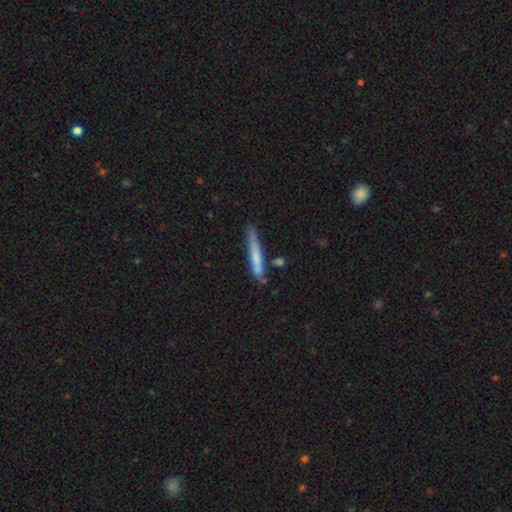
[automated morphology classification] type=smooth (65%); roundness=cigar-shaped (95%); merging=none (69%).